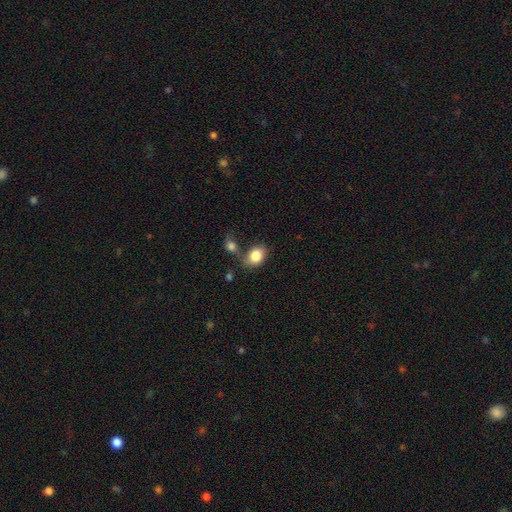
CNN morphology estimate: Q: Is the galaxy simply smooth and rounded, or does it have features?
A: smooth — 85%.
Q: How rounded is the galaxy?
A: in between — 68%.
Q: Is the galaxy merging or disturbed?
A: none — 51%.